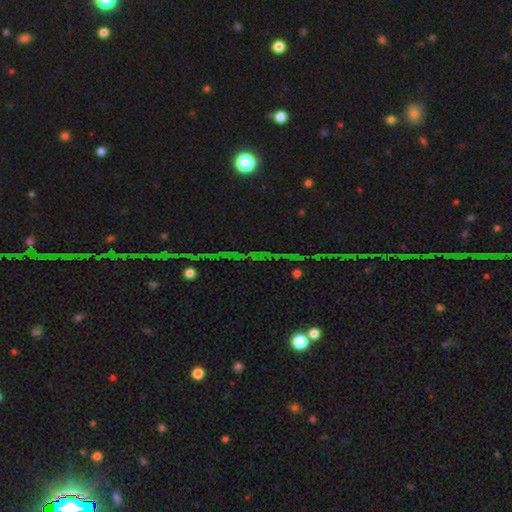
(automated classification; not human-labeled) smooth-or-featured: star or artifact: 78% | smooth: 12% | featured or disk: 10%